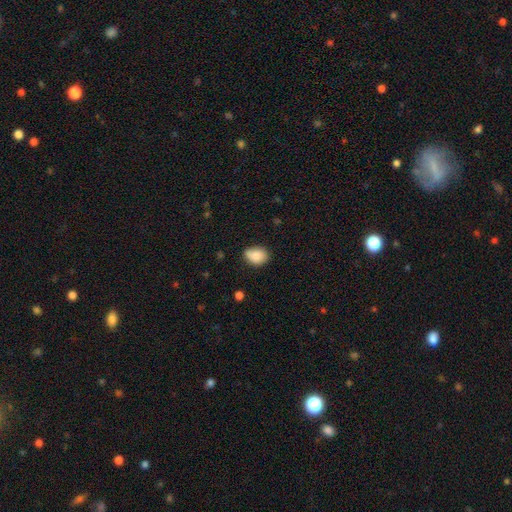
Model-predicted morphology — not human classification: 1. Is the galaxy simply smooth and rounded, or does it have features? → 85% smooth, 8% star or artifact, 7% featured or disk.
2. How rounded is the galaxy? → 66% in between, 33% round, 1% cigar-shaped.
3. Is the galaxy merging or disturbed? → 69% none, 24% minor disturbance, 4% major disturbance, 2% merger.